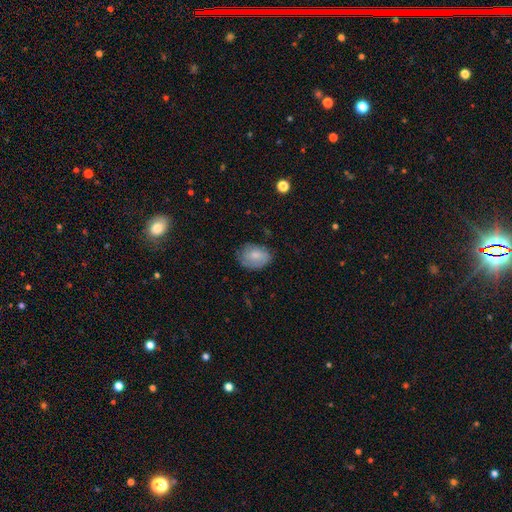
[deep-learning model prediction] Q: Smooth or featured?
A: smooth (67%); runner-up: featured or disk (26%)
Q: How rounded?
A: in between (71%); runner-up: round (27%)
Q: Merging?
A: none (65%); runner-up: minor disturbance (26%)